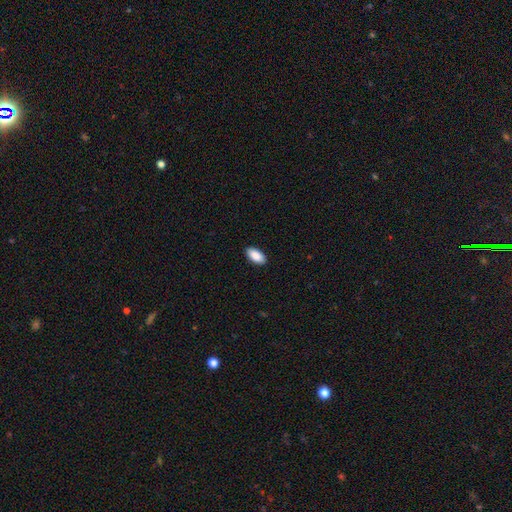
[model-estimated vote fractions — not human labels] A smooth galaxy with no disk features (89%) that is in between round and cigar-shaped (93%). Merging: none (90%).